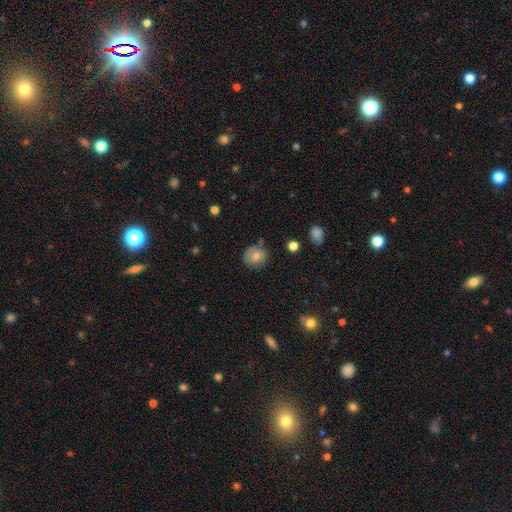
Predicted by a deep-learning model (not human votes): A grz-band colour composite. It shows a smooth galaxy with no disk features (73%) that is round (79%). Merging: none (70%).